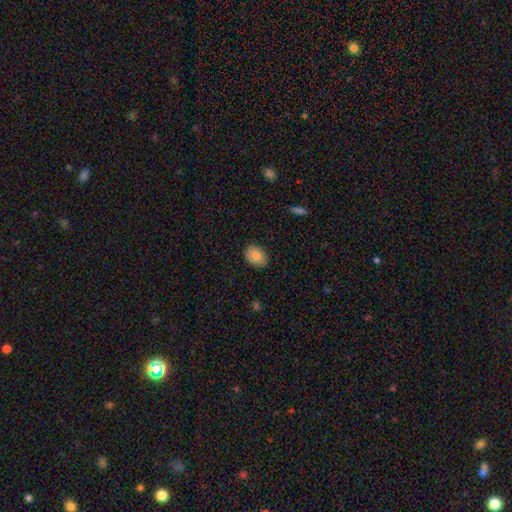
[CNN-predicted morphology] Smooth or featured? Predicted: smooth (p=0.85). How rounded? Predicted: in between (p=0.74). Merging? Predicted: none (p=0.86).